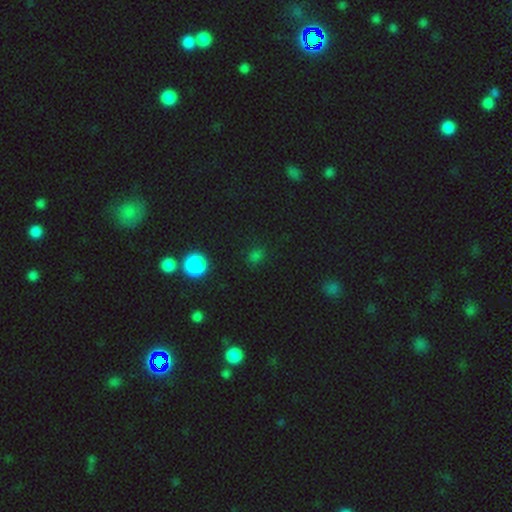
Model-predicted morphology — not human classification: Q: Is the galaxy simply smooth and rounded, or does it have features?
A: smooth — 66%.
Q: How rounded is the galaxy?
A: round — 73%.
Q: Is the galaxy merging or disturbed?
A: none — 81%.